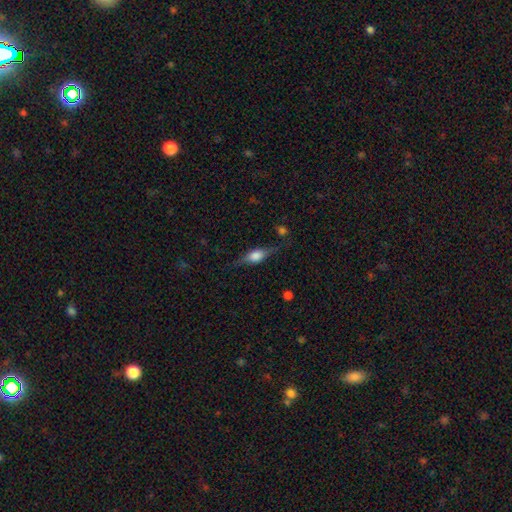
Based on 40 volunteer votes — Volunteers were most divided on "smooth or featured": featured or disk: 60%, smooth: 40%, star or artifact: 0%. More confident: edge-on disk — yes (100%); edge-on bulge — rounded (71%); merging — none (70%).